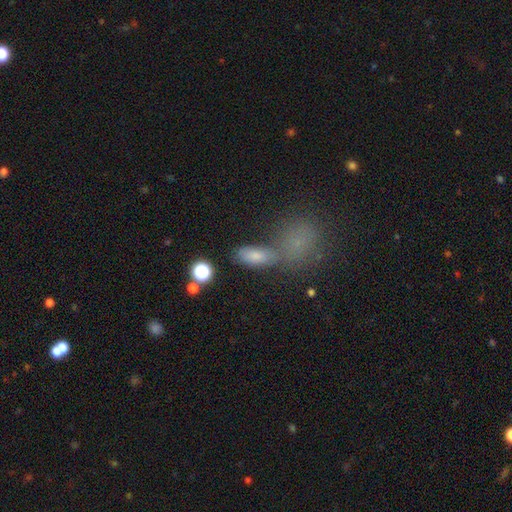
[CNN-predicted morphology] smooth 65%, star or artifact 21%, featured or disk 14%. Down the decision tree: how rounded — in between (74%); merging — none (45%).